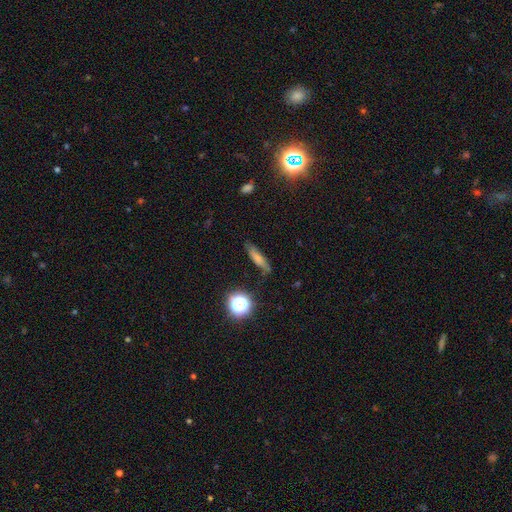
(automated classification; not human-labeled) This appears to be a smooth galaxy with no disk features (53%) that is cigar-shaped (70%). Merging: none (78%).